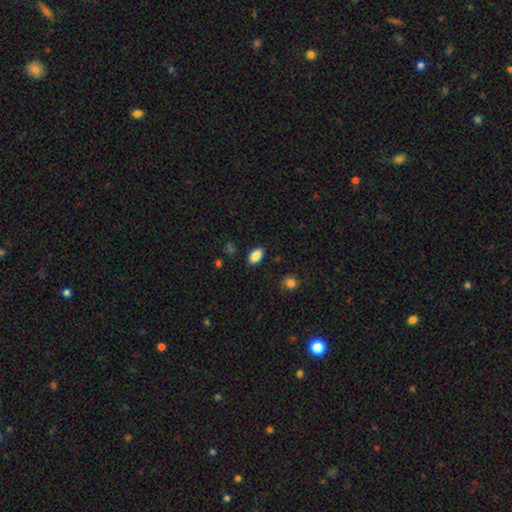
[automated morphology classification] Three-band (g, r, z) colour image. It shows a smooth galaxy with no disk features (87%) that is in between round and cigar-shaped (91%). Merging: none (87%).